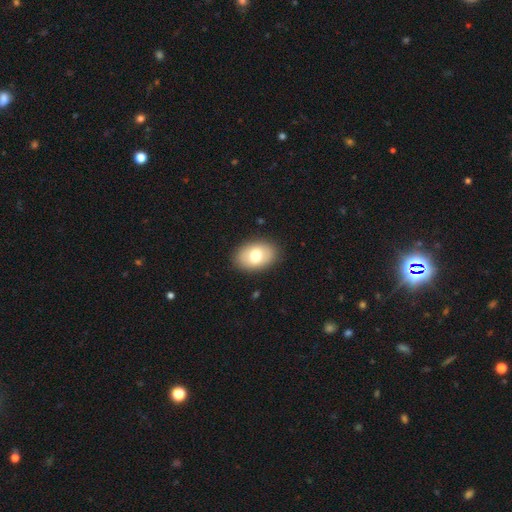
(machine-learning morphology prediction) smooth-or-featured: smooth: 73% | featured or disk: 20% | star or artifact: 7%
  how-rounded: in between: 85% | round: 14% | cigar-shaped: 1%
  merging: none: 87% | minor disturbance: 9% | major disturbance: 3% | merger: 1%